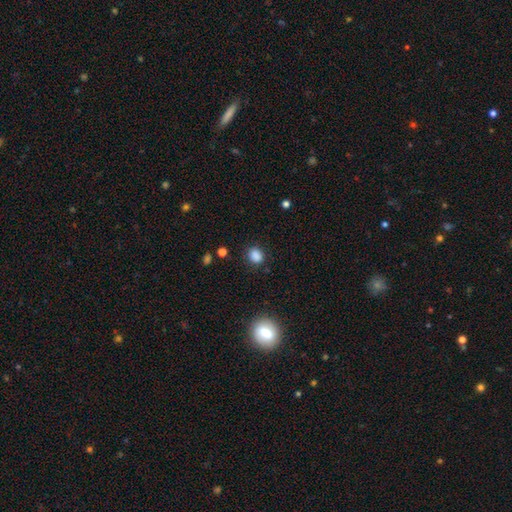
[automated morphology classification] This is clearly a smooth galaxy (85%). How rounded: possibly round (58%). Merging: clearly none (81%).